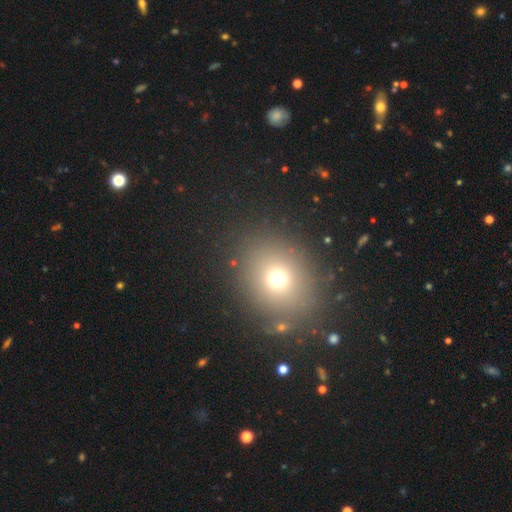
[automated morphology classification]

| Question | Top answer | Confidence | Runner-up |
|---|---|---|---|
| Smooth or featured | smooth | 67% | star or artifact (23%) |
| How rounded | round | 64% | in between (35%) |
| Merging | none | 87% | minor disturbance (7%) |